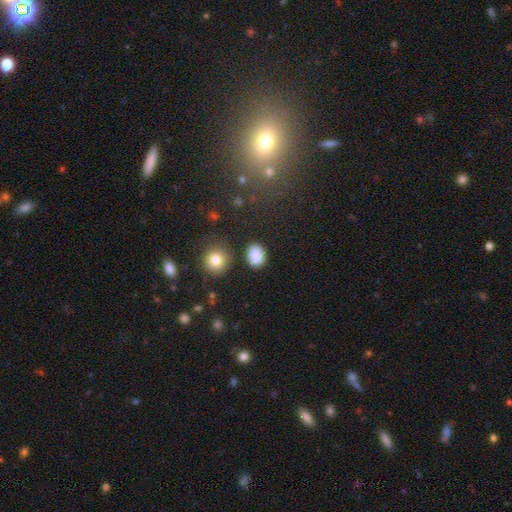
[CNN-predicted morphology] Smooth or featured? smooth (87%)
How rounded? in between (64%)
Merging? none (82%)